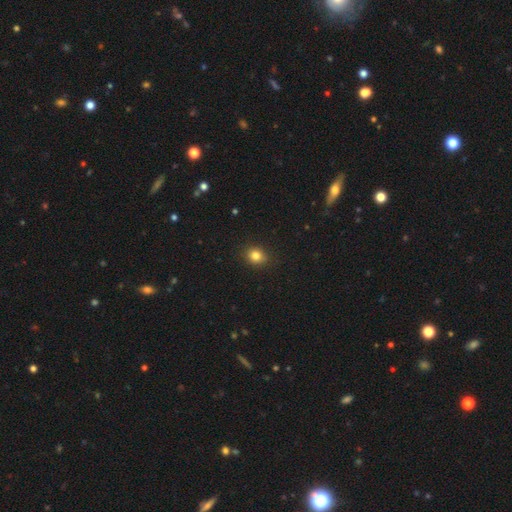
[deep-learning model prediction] smooth 83%, star or artifact 11%, featured or disk 6%. Down the decision tree: how rounded — round (68%); merging — none (89%).